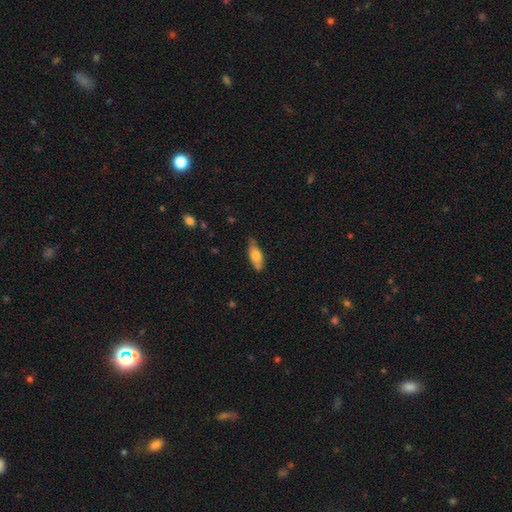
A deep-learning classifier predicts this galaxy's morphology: Overall: smooth (67%). How rounded: in between (75%). Merging: none (72%).